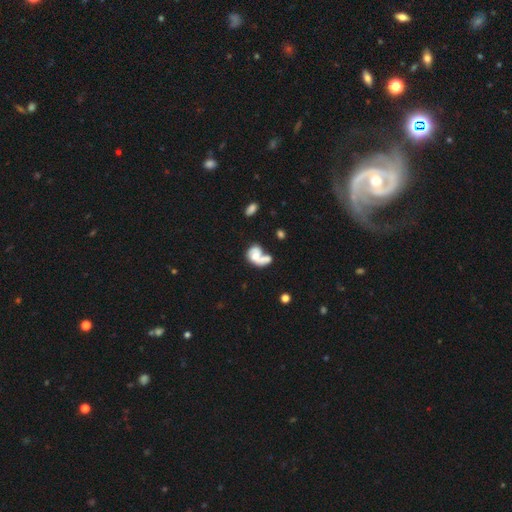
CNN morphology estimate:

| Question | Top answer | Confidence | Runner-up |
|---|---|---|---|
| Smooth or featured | featured or disk | 47% | smooth (44%) |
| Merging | merger | 52% | major disturbance (19%) |